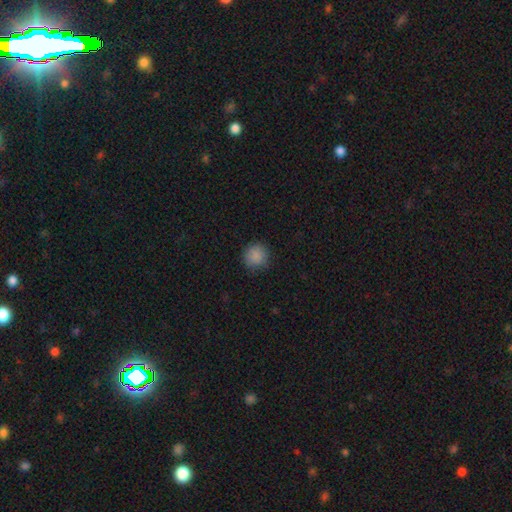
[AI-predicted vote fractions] A smooth galaxy with no disk features (88%) that is round (93%). Merging: none (88%).